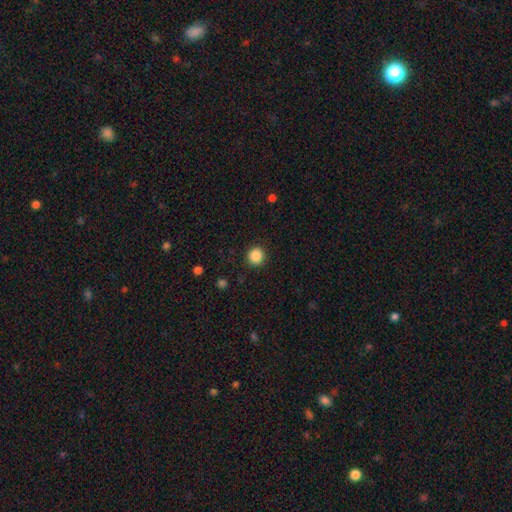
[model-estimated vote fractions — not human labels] Smooth or featured?
  - smooth: 87% *
  - star or artifact: 10%
  - featured or disk: 3%
How rounded?
  - round: 92% *
  - in between: 7%
  - cigar-shaped: 1%
Merging?
  - none: 90% *
  - minor disturbance: 6%
  - major disturbance: 2%
  - merger: 1%